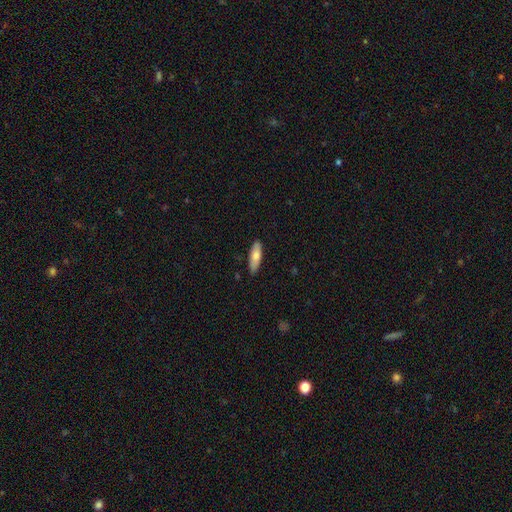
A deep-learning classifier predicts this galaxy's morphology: Smooth or featured? Predicted: smooth (p=0.75). How rounded? Predicted: in between (p=0.54). Merging? Predicted: none (p=0.86).